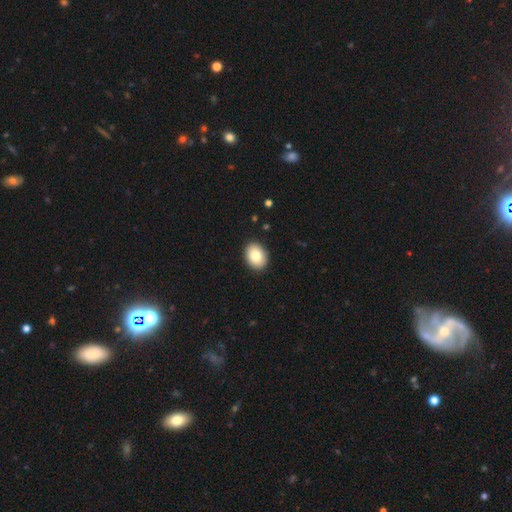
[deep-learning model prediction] Smooth or featured? smooth (83%)
How rounded? in between (70%)
Merging? none (90%)